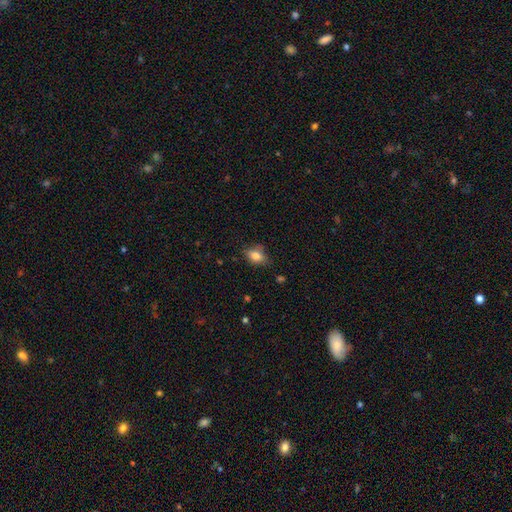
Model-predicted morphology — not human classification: A smooth galaxy with no disk features (81%) that is in between round and cigar-shaped (80%). Merging: none (69%).